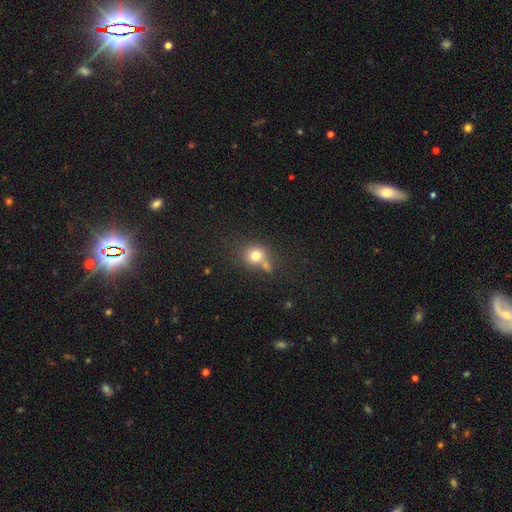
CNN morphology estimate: This appears to be a smooth galaxy with no disk features (76%) that is round (80%). Merging: none (51%).